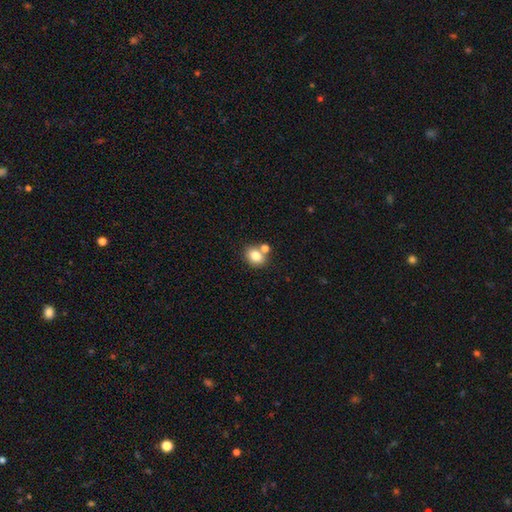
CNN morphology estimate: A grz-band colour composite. It shows a smooth galaxy with no disk features (81%) that is in between round and cigar-shaped (56%). Merging: none (60%).